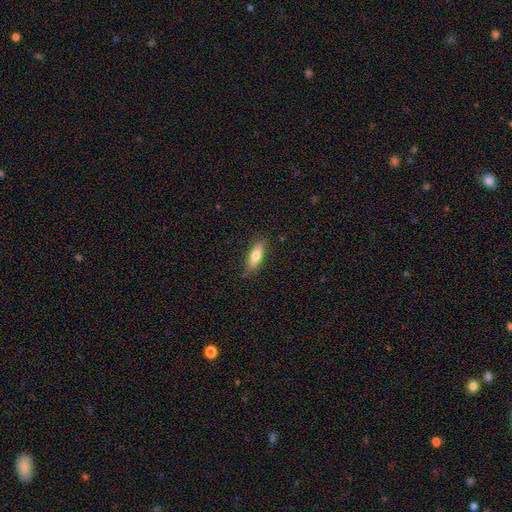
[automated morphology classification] smooth-or-featured: smooth: 71% | featured or disk: 23% | star or artifact: 6%
  how-rounded: in between: 49% (tied) | cigar-shaped: 49% (tied) | round: 2%
  merging: none: 85% | minor disturbance: 12% | major disturbance: 2% | merger: 1%